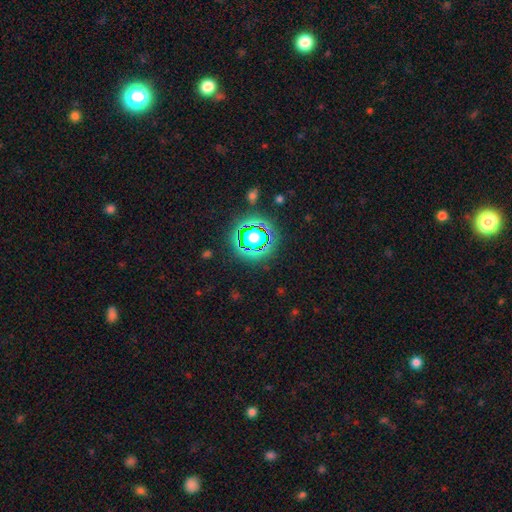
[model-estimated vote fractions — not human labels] A star or artifact, not a galaxy (79%).

Vote fractions:
- Smooth or featured? star or artifact: 79% / smooth: 14% / featured or disk: 7%